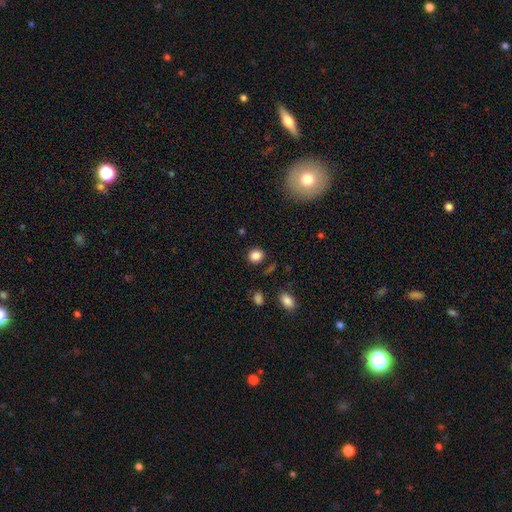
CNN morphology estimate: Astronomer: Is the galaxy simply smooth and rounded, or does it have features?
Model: smooth — 86%.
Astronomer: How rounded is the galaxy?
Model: round — 75%.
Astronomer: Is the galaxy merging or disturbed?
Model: none — 86%.